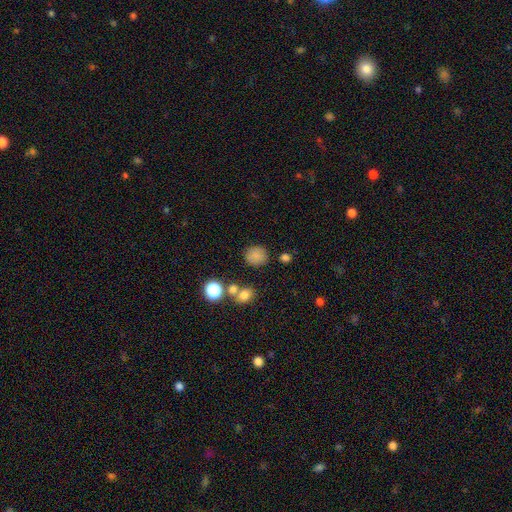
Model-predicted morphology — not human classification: type=smooth (80%); roundness=round (85%); merging=none (80%).